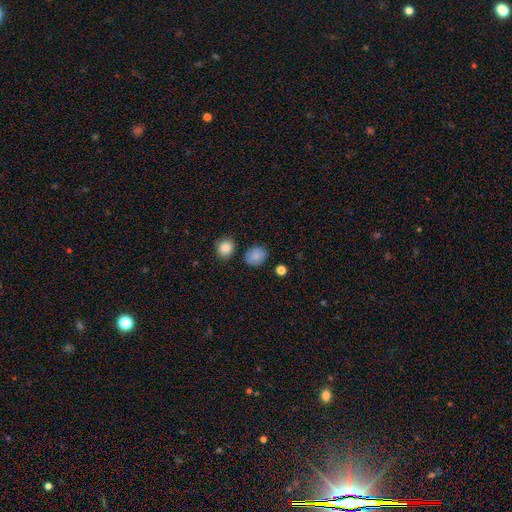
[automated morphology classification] Smooth or featured: smooth — 86% (star or artifact — 9%)
How rounded: round — 60% (in between — 39%)
Merging: none — 81% (minor disturbance — 12%)